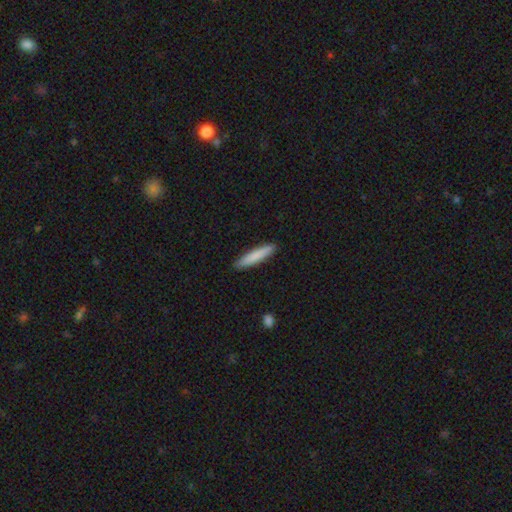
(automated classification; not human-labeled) Overall: smooth (82%). How rounded: cigar-shaped (91%). Merging: none (91%).